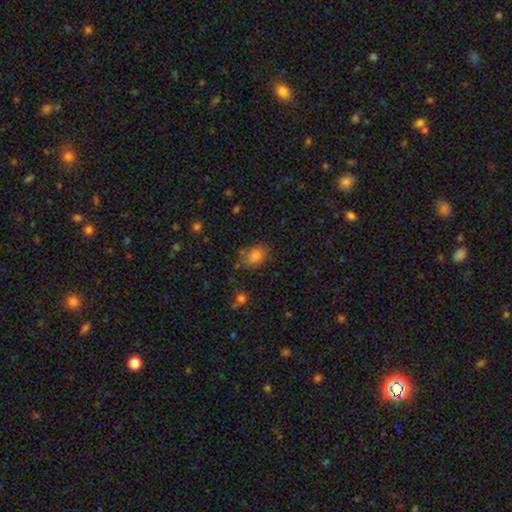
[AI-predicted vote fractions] Overall: smooth (79%). How rounded: in between (64%; round 35%). Merging: none (76%).